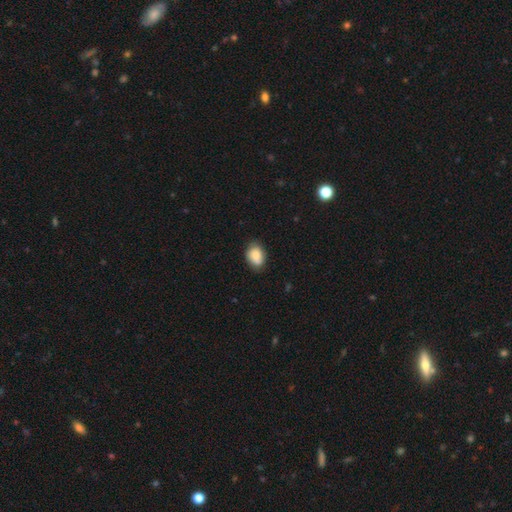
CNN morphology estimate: smooth_or_featured: smooth (p=0.80) [alt: featured or disk p=0.12]
how_rounded: in between (p=0.74) [alt: round p=0.24]
merging: none (p=0.70) [alt: minor disturbance p=0.23]